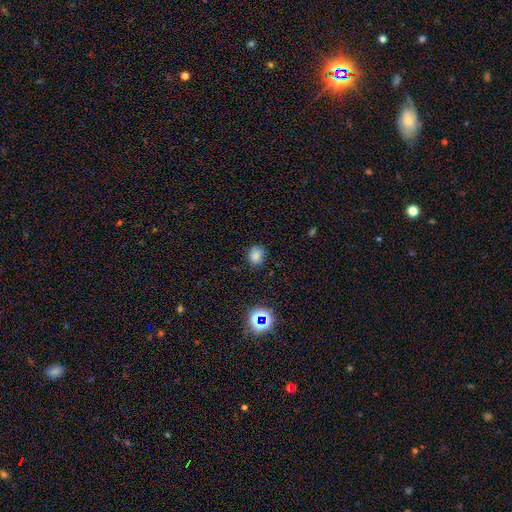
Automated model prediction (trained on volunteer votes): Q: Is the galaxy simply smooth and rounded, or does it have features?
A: smooth — 78%.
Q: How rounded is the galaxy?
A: round — 62%.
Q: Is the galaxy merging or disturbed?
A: none — 79%.